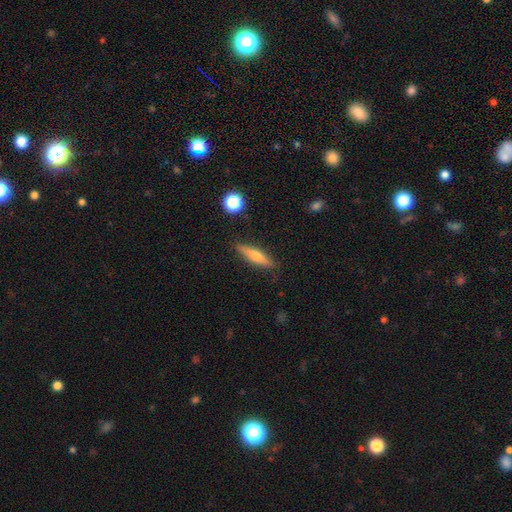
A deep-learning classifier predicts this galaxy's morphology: type=smooth (54%); roundness=cigar-shaped (77%); merging=none (86%).